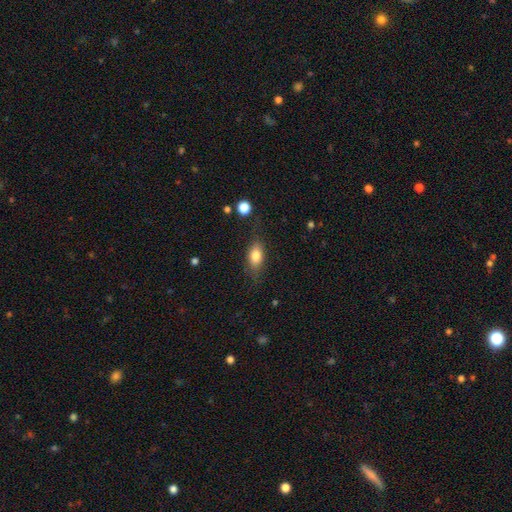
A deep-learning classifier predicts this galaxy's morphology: Overall: smooth (77%). How rounded: in between (80%). Merging: none (73%).